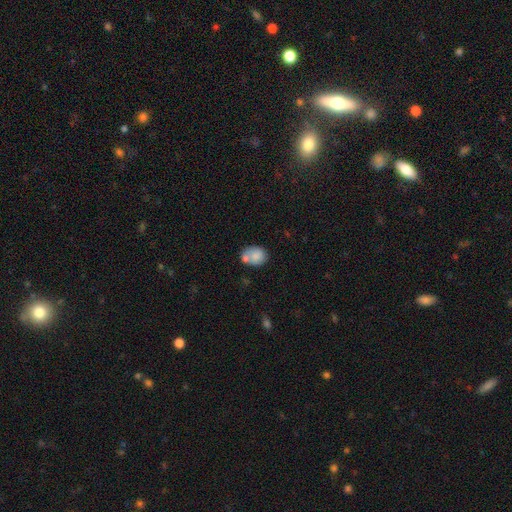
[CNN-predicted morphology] smooth 78%, featured or disk 14%, star or artifact 8%. Down the decision tree: how rounded — in between (53%); merging — none (47%).